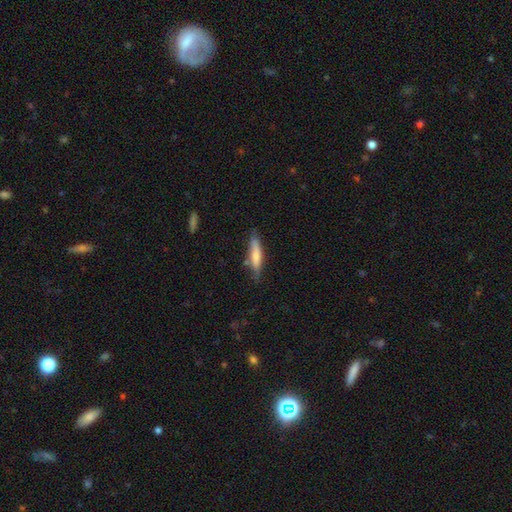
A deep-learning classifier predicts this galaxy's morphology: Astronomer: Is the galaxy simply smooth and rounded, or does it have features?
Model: smooth — 63%.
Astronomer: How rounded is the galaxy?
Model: cigar-shaped — 79%.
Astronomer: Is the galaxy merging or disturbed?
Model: none — 73%.